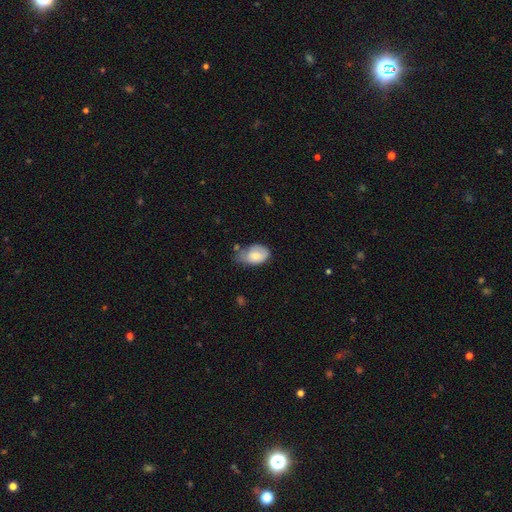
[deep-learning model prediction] smooth-or-featured: smooth: 73% | featured or disk: 20% | star or artifact: 7%
  how-rounded: in between: 89% | round: 10% | cigar-shaped: 1%
  merging: minor disturbance: 45% | none: 35% | major disturbance: 14% | merger: 6%